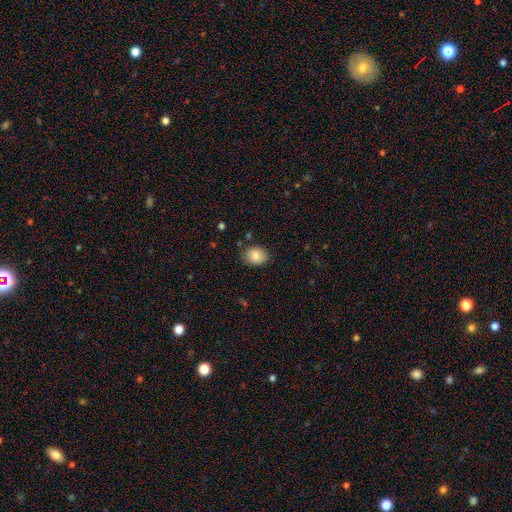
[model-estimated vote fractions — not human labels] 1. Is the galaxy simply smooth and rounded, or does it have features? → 86% smooth, 8% star or artifact, 6% featured or disk.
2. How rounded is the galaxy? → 61% in between, 38% round, 1% cigar-shaped.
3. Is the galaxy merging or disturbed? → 81% none, 14% minor disturbance, 3% major disturbance, 2% merger.